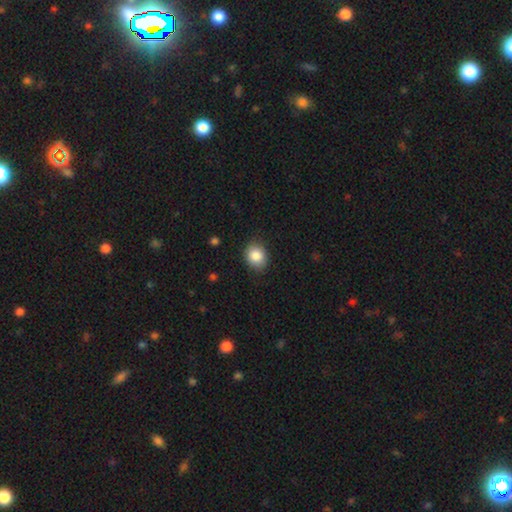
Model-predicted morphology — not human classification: Smooth or featured: smooth — 86% (star or artifact — 8%)
How rounded: round — 58% (in between — 41%)
Merging: none — 83% (minor disturbance — 13%)